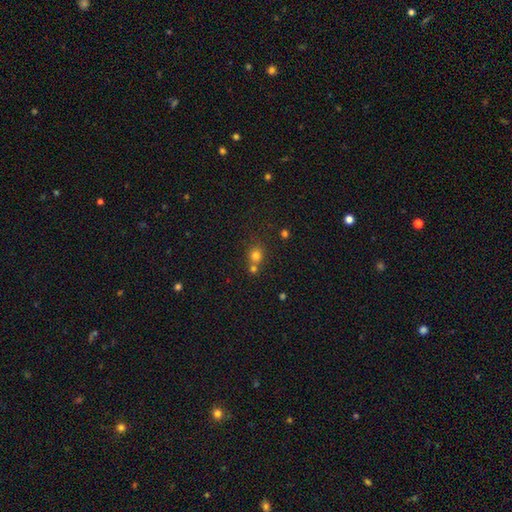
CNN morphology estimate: type=smooth (78%); roundness=round (83%); merging=none (52%).